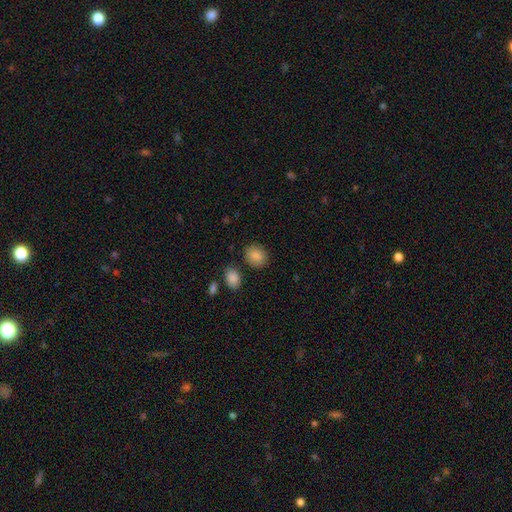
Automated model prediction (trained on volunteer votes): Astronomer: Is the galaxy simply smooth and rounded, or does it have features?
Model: smooth — 88%.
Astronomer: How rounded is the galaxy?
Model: round — 53% (runner-up: in between, 46%).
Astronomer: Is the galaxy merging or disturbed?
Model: none — 83%.